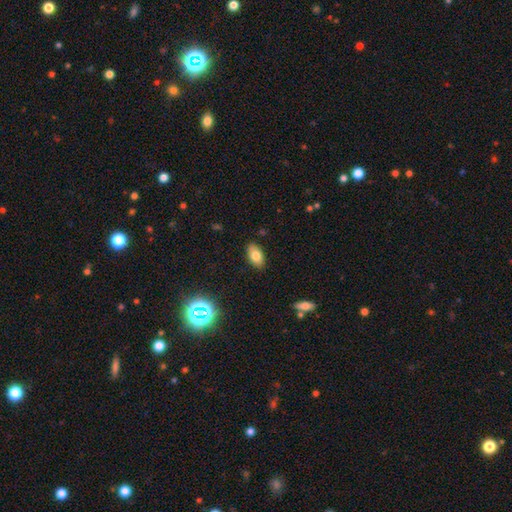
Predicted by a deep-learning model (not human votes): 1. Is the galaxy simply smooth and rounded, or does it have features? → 78% smooth, 12% featured or disk, 10% star or artifact.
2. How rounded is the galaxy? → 91% in between, 5% round, 4% cigar-shaped.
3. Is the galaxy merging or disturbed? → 86% none, 10% minor disturbance, 2% major disturbance, 1% merger.